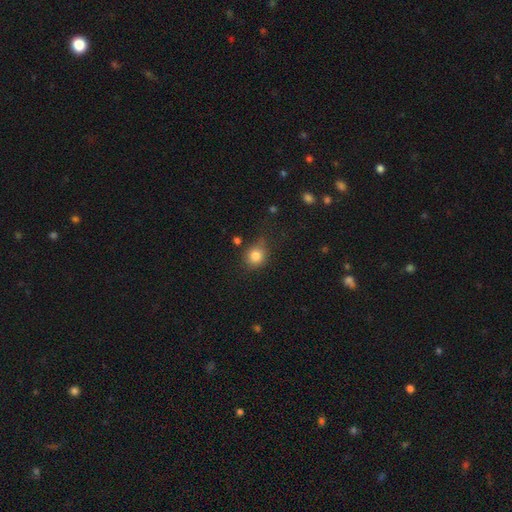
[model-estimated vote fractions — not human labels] This is clearly a smooth galaxy (82%). How rounded: likely round (79%). Merging: likely none (67%).